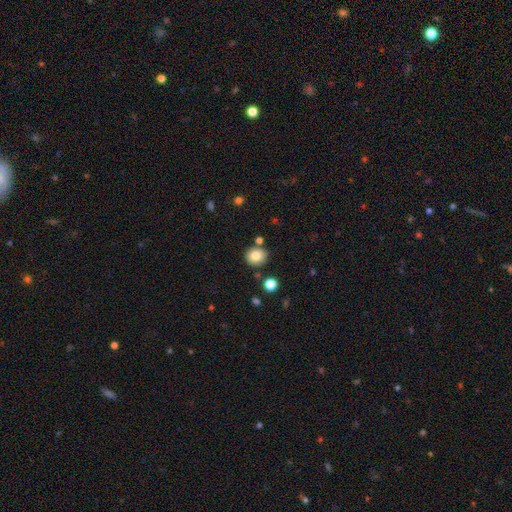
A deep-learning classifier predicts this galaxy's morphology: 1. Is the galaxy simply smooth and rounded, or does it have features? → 82% smooth, 10% star or artifact, 8% featured or disk.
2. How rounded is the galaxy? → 80% round, 19% in between, 1% cigar-shaped.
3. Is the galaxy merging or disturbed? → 80% none, 10% minor disturbance, 7% merger, 3% major disturbance.